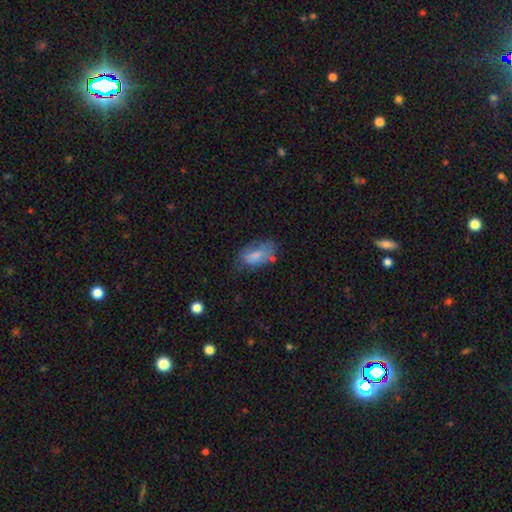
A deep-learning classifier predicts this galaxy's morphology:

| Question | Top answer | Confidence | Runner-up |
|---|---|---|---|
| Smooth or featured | smooth | 66% | featured or disk (25%) |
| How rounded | in between | 91% | round (6%) |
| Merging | none | 45% | minor disturbance (30%) |